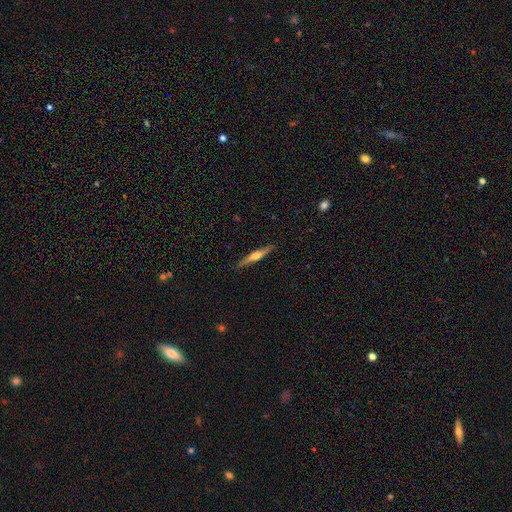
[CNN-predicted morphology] This is possibly a featured or disk galaxy (59%). It is clearly viewed edge-on (97%). Edge-on bulge: likely rounded (74%). Merging: clearly none (88%).